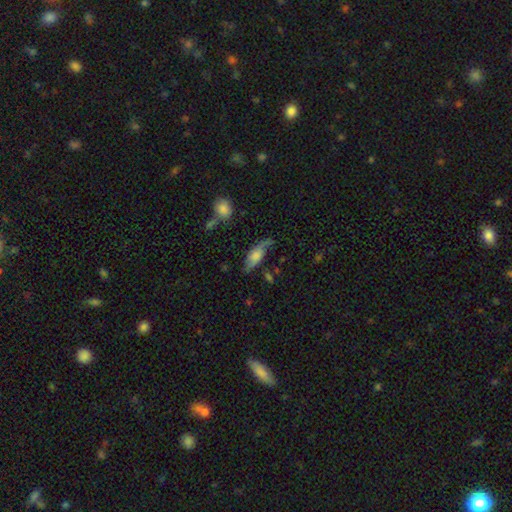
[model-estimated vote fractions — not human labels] The model was most divided on "smooth or featured": smooth: 49%, featured or disk: 44%, star or artifact: 7%. More confident: merging — none (53%).